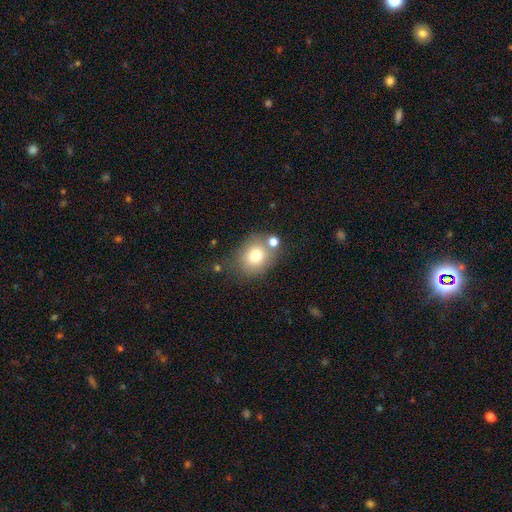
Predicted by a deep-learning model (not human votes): Smooth or featured? Predicted: smooth (p=0.76). How rounded? Predicted: round (p=0.56). Merging? Predicted: none (p=0.63).